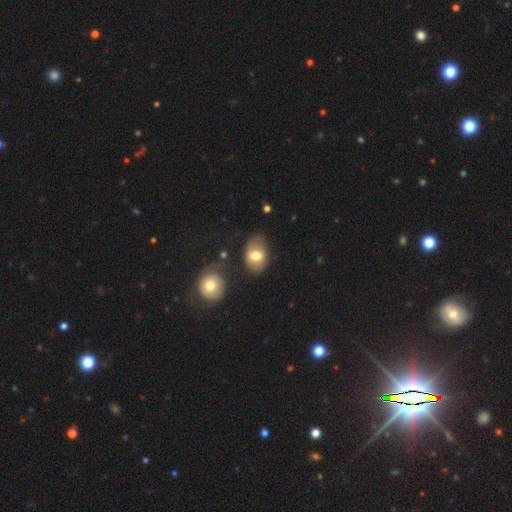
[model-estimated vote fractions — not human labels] Smooth or featured: smooth — 67% (featured or disk — 25%)
How rounded: in between — 77% (round — 22%)
Merging: none — 66% (minor disturbance — 20%)